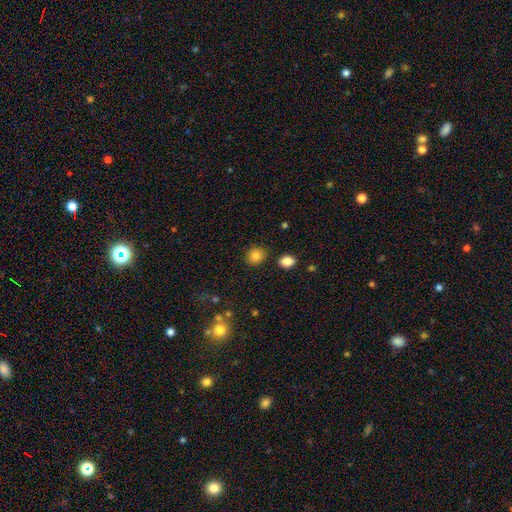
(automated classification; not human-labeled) smooth-or-featured: smooth: 84% | star or artifact: 11% | featured or disk: 6%
  how-rounded: round: 73% | in between: 26% | cigar-shaped: 1%
  merging: none: 85% | minor disturbance: 9% | merger: 4% | major disturbance: 3%